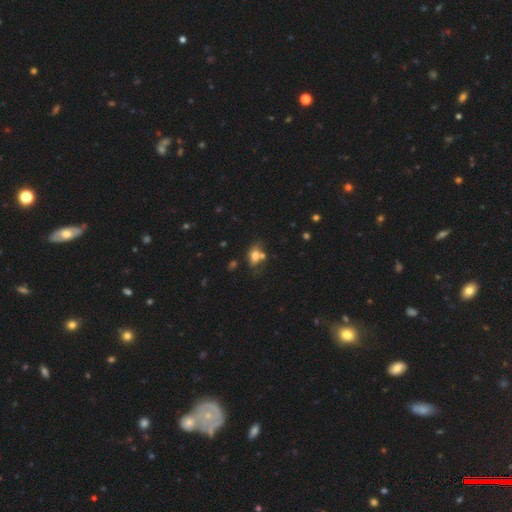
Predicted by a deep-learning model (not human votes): smooth 72%, featured or disk 16%, star or artifact 13%. Down the decision tree: how rounded — in between (72%); merging — none (48%).